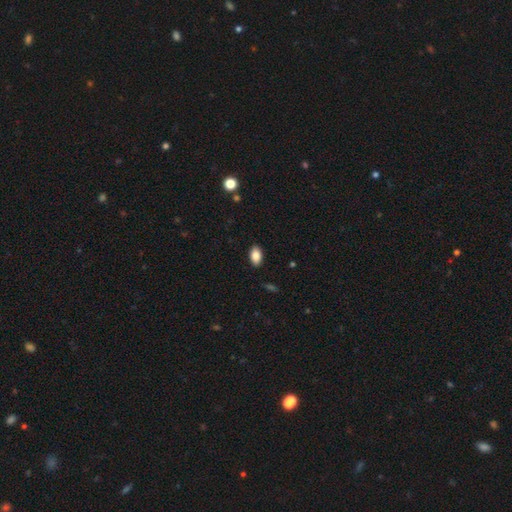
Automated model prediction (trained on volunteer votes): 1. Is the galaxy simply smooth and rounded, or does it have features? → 85% smooth, 8% star or artifact, 7% featured or disk.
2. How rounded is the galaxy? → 93% in between, 5% round, 2% cigar-shaped.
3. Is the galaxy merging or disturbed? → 89% none, 8% minor disturbance, 2% major disturbance, 1% merger.